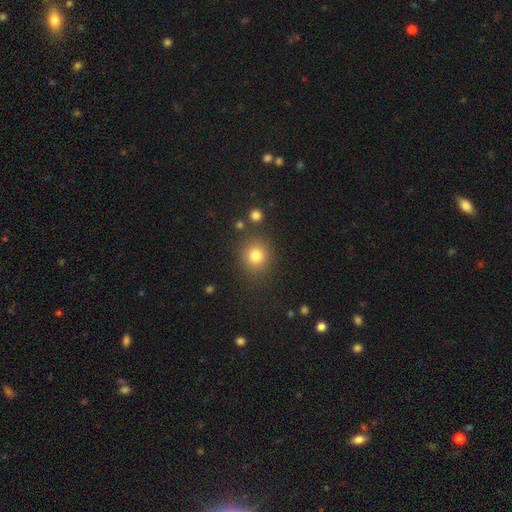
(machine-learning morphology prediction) Smooth or featured? smooth (81%)
How rounded? round (85%)
Merging? none (83%)